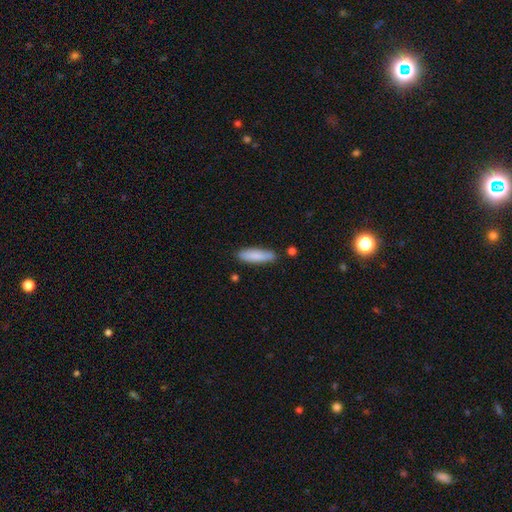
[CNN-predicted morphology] Smooth or featured: smooth — 84% (featured or disk — 11%)
How rounded: cigar-shaped — 66% (in between — 33%)
Merging: none — 80% (minor disturbance — 14%)